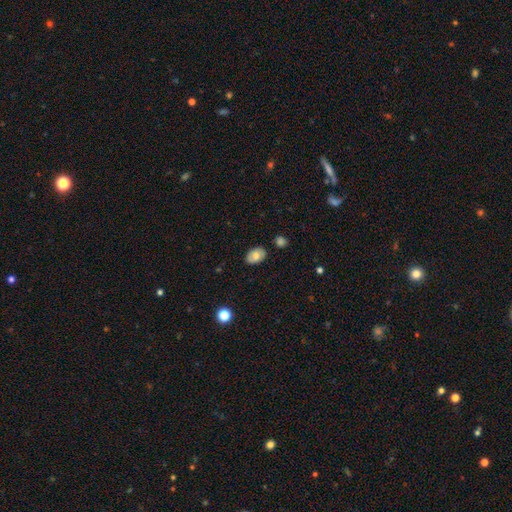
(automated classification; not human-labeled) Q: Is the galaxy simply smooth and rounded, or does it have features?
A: smooth — 69%.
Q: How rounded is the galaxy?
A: in between — 86%.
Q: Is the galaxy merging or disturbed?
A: none — 85%.